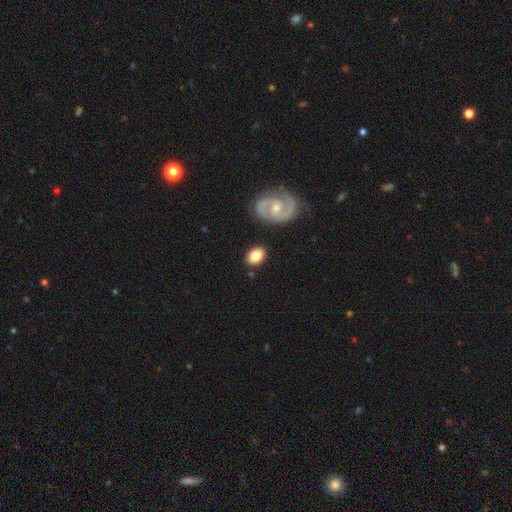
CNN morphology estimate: Smooth or featured? Predicted: smooth (p=0.77). How rounded? Predicted: in between (p=0.76). Merging? Predicted: none (p=0.80).